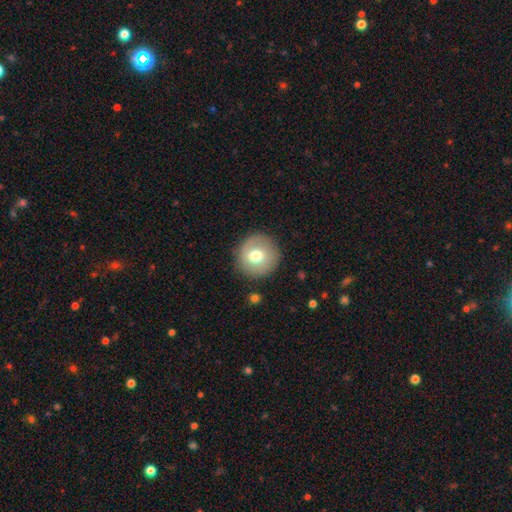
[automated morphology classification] This appears to be a smooth galaxy with no disk features (70%) that is round (94%). Merging: none (86%).